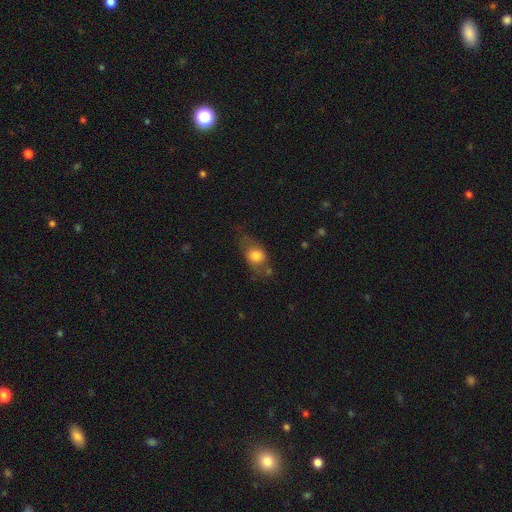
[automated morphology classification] smooth_or_featured: smooth (p=0.69) [alt: featured or disk p=0.22]
how_rounded: in between (p=0.68) [alt: round p=0.27]
merging: none (p=0.54) [alt: minor disturbance p=0.26]